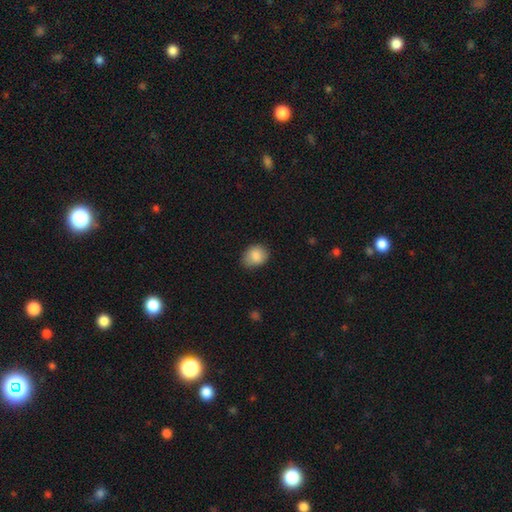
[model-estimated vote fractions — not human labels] smooth_or_featured: smooth (p=0.86) [alt: star or artifact p=0.08]
how_rounded: in between (p=0.54) [alt: round p=0.45]
merging: none (p=0.70) [alt: minor disturbance p=0.24]